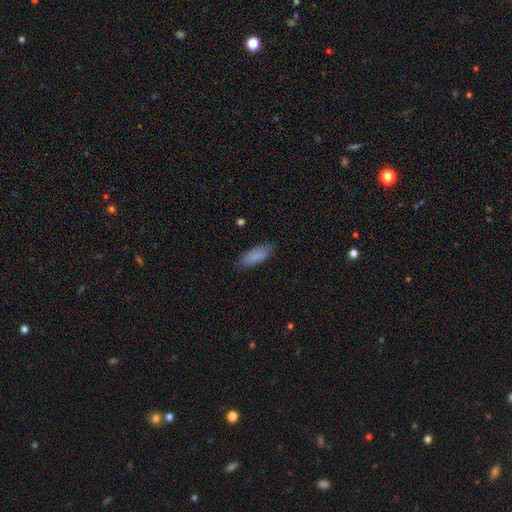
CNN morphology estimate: Q: Smooth or featured?
A: smooth (85%); runner-up: featured or disk (8%)
Q: How rounded?
A: in between (68%); runner-up: cigar-shaped (30%)
Q: Merging?
A: none (82%); runner-up: minor disturbance (14%)